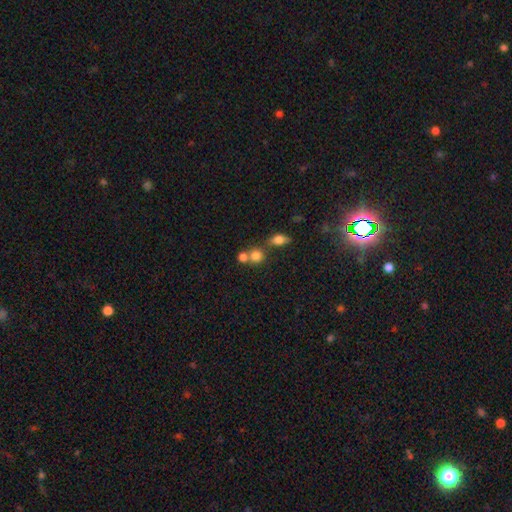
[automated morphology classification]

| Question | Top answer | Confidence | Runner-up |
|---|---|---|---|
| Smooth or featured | smooth | 78% | star or artifact (13%) |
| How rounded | round | 82% | in between (16%) |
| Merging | none | 49% | merger (39%) |